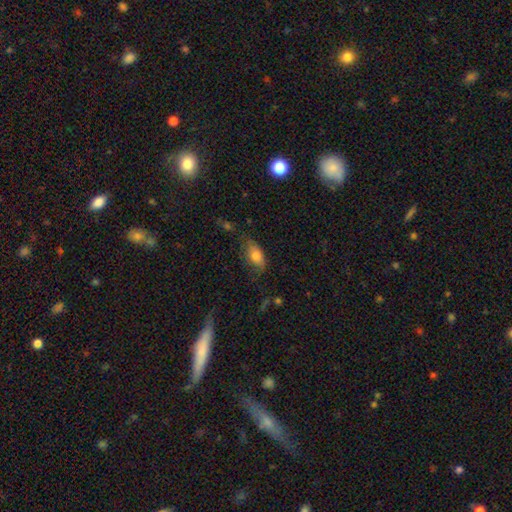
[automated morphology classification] smooth_or_featured: smooth (p=0.77) [alt: featured or disk p=0.15]
how_rounded: in between (p=0.89) [alt: cigar-shaped p=0.06]
merging: none (p=0.49) [alt: minor disturbance p=0.32]